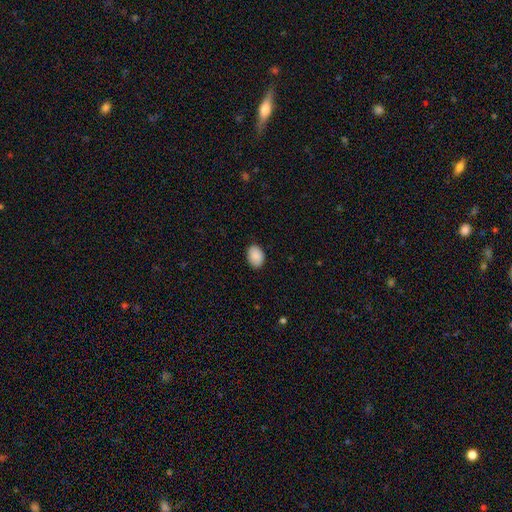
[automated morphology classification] Q: Smooth or featured?
A: smooth (90%); runner-up: star or artifact (7%)
Q: How rounded?
A: in between (78%); runner-up: round (21%)
Q: Merging?
A: none (87%); runner-up: minor disturbance (10%)